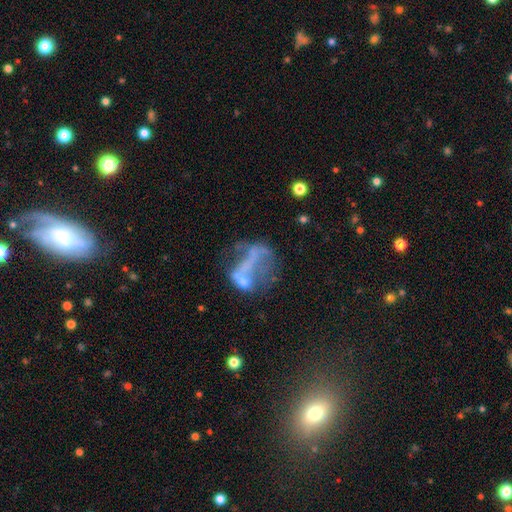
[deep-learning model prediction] The model was most divided on "merging": major disturbance: 39%, merger: 25%, none: 23%, minor disturbance: 13%. More confident: edge-on disk — no (97%); spiral arms — no (86%); bar — no (74%); bulge size — none (71%); smooth or featured — featured or disk (57%).